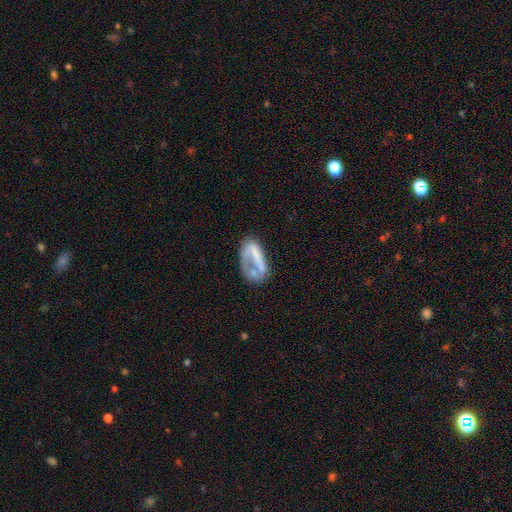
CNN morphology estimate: Smooth or featured? Predicted: smooth (p=0.46). Merging? Predicted: major disturbance (p=0.37).